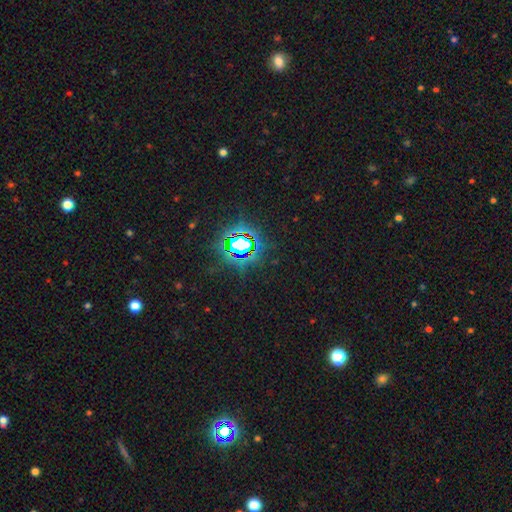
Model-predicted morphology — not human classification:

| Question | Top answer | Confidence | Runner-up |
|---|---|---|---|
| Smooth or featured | star or artifact | 81% | smooth (11%) |